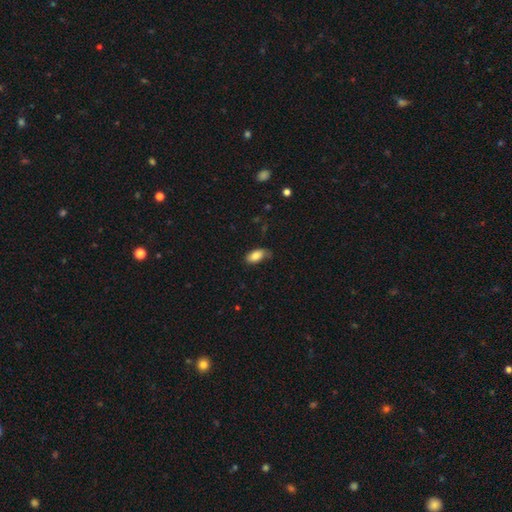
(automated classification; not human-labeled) Smooth or featured?
  - smooth: 83% *
  - featured or disk: 10%
  - star or artifact: 7%
How rounded?
  - in between: 93% *
  - cigar-shaped: 5%
  - round: 3%
Merging?
  - none: 67% *
  - minor disturbance: 26%
  - major disturbance: 5%
  - merger: 2%